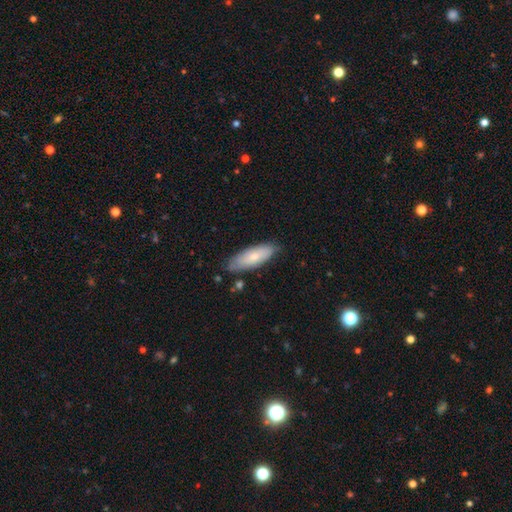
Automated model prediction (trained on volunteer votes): This appears to be a smooth galaxy with no disk features (68%) that is in between round and cigar-shaped (64%). Merging: none (76%).